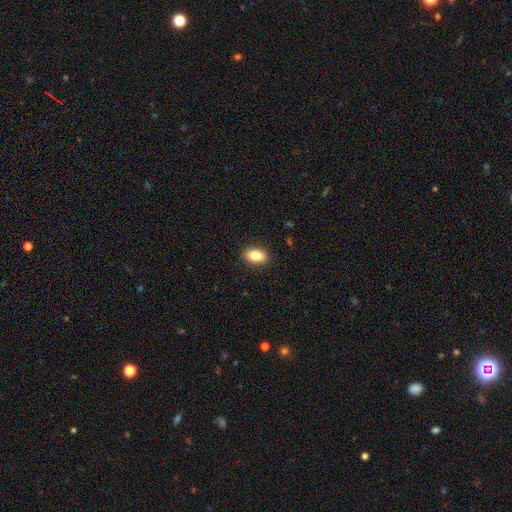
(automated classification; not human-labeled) Morphology: type=smooth (86%); roundness=in between (90%); merging=none (89%).